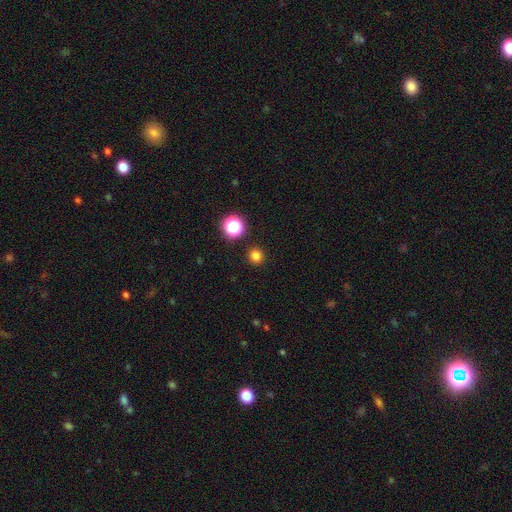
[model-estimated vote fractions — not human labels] Morphology: type=smooth (79%); roundness=round (94%); merging=none (92%).